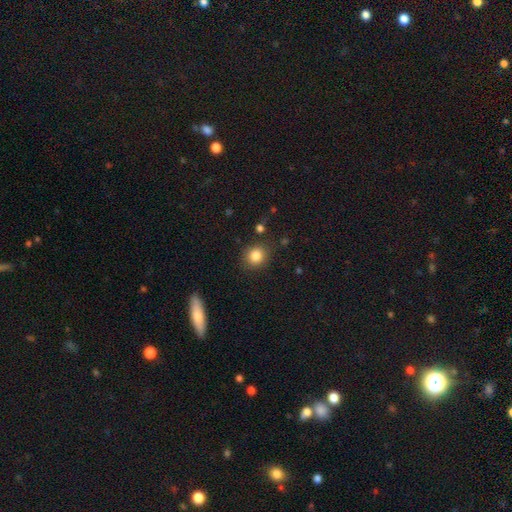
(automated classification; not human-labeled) The model was most divided on "how rounded": round: 79%, in between: 20%, cigar-shaped: 1%. More confident: merging — none (85%); smooth or featured — smooth (84%).